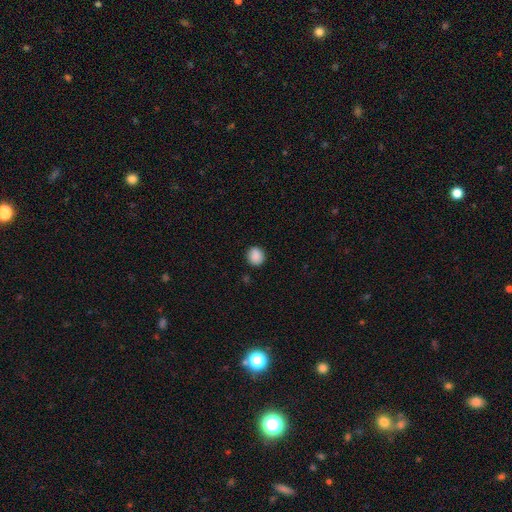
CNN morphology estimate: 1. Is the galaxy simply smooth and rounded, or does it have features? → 88% smooth, 9% star or artifact, 3% featured or disk.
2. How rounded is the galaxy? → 84% round, 15% in between, 1% cigar-shaped.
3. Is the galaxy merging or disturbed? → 87% none, 9% minor disturbance, 2% major disturbance, 1% merger.